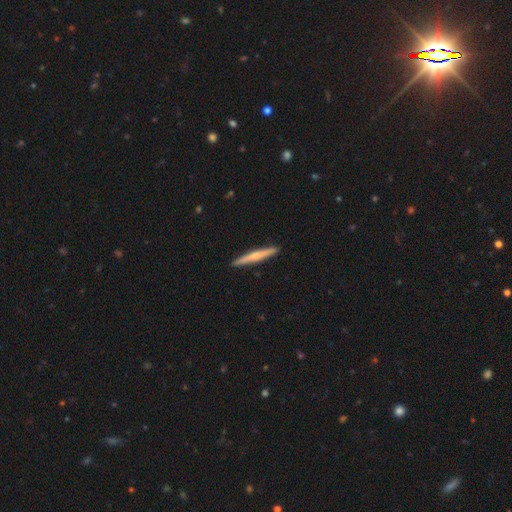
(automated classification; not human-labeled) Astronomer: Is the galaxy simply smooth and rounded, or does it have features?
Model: smooth — 49% (runner-up: featured or disk, 46%).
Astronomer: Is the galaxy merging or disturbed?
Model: none — 92%.